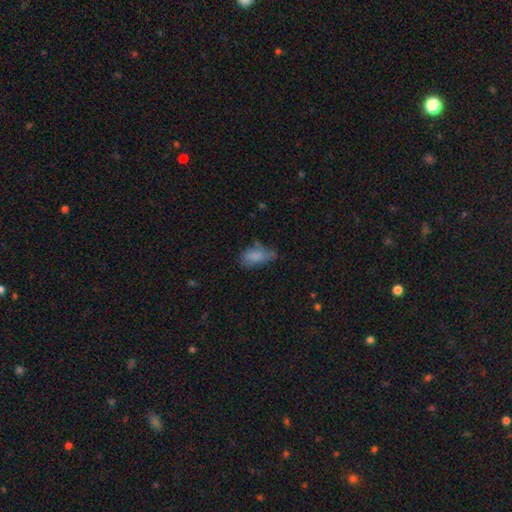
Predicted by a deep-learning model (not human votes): This is likely a smooth galaxy (79%). How rounded: clearly in between (87%). Merging: possibly none (47%).